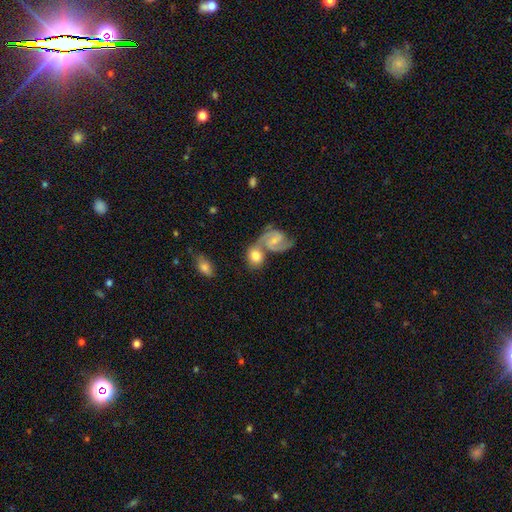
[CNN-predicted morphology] Smooth or featured?
  - smooth: 48% *
  - featured or disk: 44%
  - star or artifact: 7%
Merging?
  - merger: 49% *
  - none: 37%
  - minor disturbance: 10%
  - major disturbance: 4%